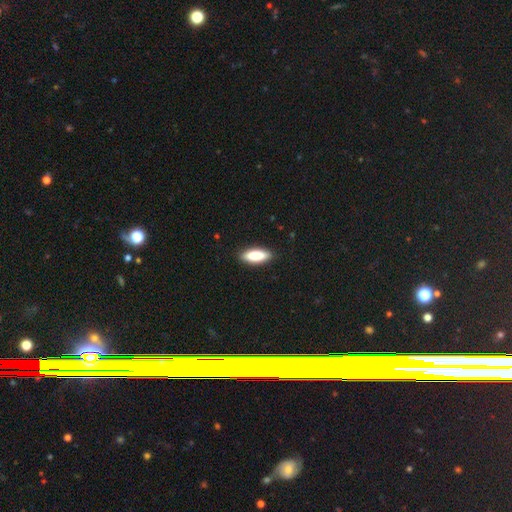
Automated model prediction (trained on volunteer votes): Smooth or featured?
  - smooth: 82% *
  - featured or disk: 13%
  - star or artifact: 6%
How rounded?
  - in between: 60% *
  - cigar-shaped: 38%
  - round: 2%
Merging?
  - none: 88% *
  - minor disturbance: 9%
  - major disturbance: 2%
  - merger: 1%